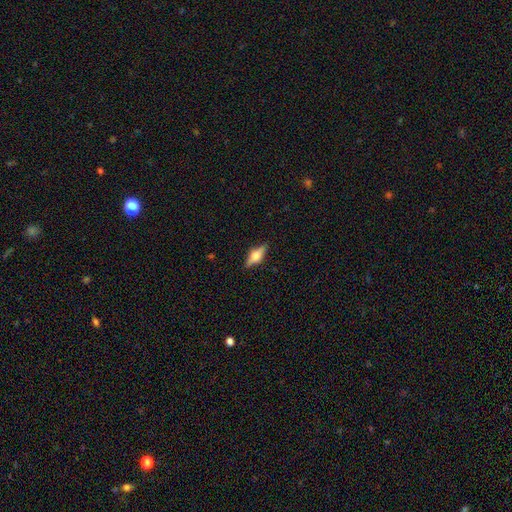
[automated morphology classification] Q: Smooth or featured?
A: featured or disk (57%); runner-up: smooth (35%)
Q: Edge-on disk?
A: yes (94%); runner-up: no (6%)
Q: Edge-on bulge?
A: rounded (90%); runner-up: boxy (8%)
Q: Merging?
A: none (86%); runner-up: minor disturbance (10%)